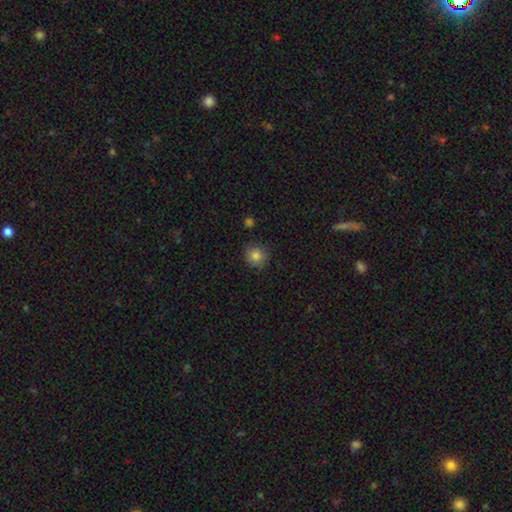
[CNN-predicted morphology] Smooth or featured? Predicted: smooth (p=0.84). How rounded? Predicted: round (p=0.90). Merging? Predicted: none (p=0.85).